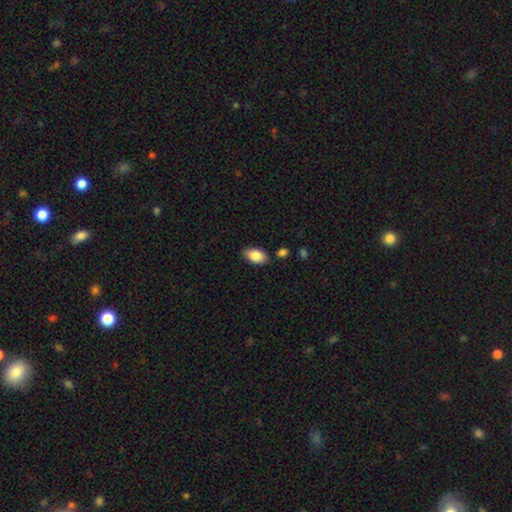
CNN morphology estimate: smooth-or-featured: smooth: 84% | featured or disk: 9% | star or artifact: 7%
  how-rounded: in between: 93% | round: 4% | cigar-shaped: 3%
  merging: none: 82% | minor disturbance: 12% | merger: 3% | major disturbance: 2%